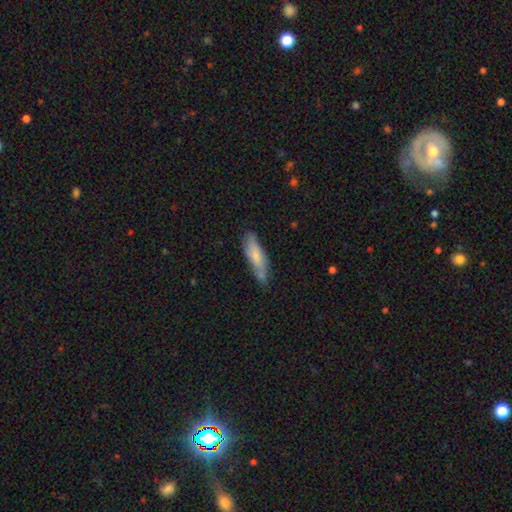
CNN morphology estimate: Smooth or featured: smooth — 70% (featured or disk — 24%)
How rounded: cigar-shaped — 64% (in between — 34%)
Merging: none — 67% (minor disturbance — 23%)